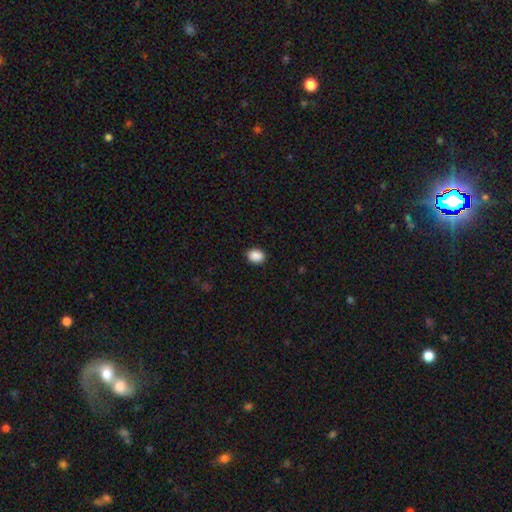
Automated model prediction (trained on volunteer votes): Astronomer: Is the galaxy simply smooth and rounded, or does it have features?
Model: smooth — 89%.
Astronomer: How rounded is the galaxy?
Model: in between — 59% (runner-up: round, 40%).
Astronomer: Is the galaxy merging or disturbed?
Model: none — 90%.